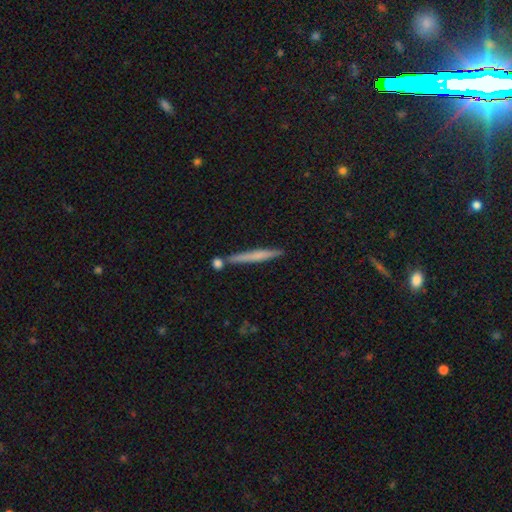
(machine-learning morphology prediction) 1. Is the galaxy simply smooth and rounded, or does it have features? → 56% smooth, 37% featured or disk, 6% star or artifact.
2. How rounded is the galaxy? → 96% cigar-shaped, 2% in between, 1% round.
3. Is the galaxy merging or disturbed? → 81% none, 10% minor disturbance, 7% merger, 2% major disturbance.